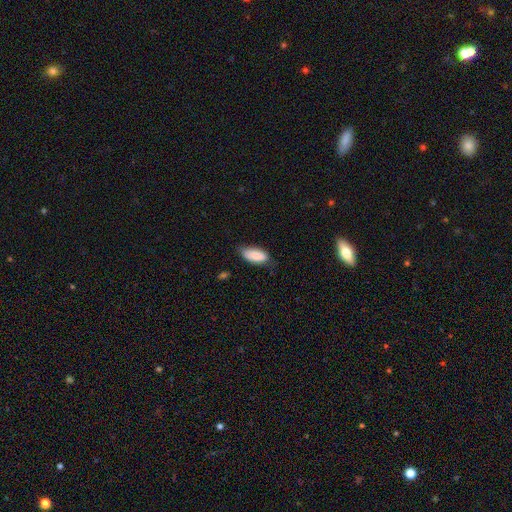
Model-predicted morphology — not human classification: type=smooth (85%); roundness=in between (88%); merging=none (66%).